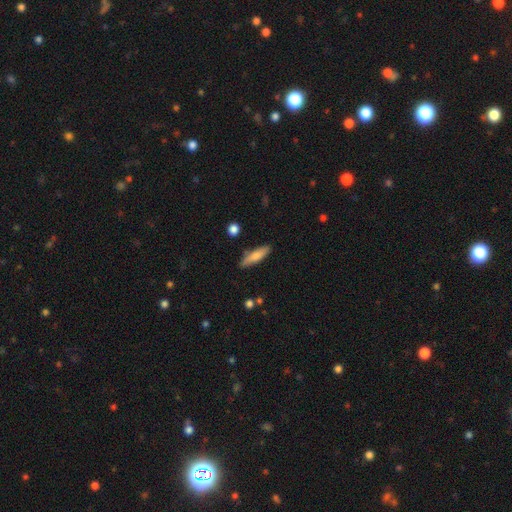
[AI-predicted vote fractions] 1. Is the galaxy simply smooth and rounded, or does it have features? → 70% smooth, 24% featured or disk, 6% star or artifact.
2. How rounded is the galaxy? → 71% cigar-shaped, 27% in between, 2% round.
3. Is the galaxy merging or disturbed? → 82% none, 13% minor disturbance, 3% merger, 2% major disturbance.